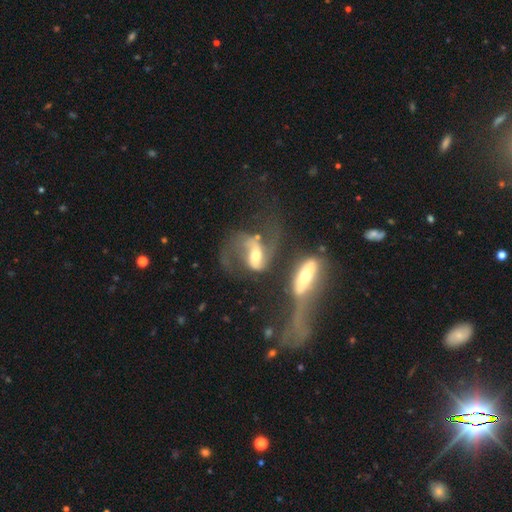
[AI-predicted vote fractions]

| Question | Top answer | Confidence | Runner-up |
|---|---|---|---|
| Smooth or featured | featured or disk | 78% | smooth (15%) |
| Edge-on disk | no | 94% | yes (6%) |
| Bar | weak | 38% | no (33%) |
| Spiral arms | yes | 88% | no (12%) |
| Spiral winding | loose | 60% | medium (31%) |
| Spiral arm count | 2 | 79% | 1 (9%) |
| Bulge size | moderate | 61% | small (22%) |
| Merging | merger | 48% | major disturbance (24%) |